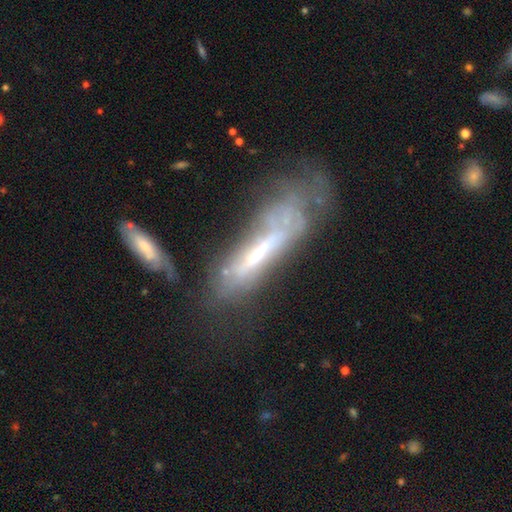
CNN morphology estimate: featured or disk 64%, smooth 28%, star or artifact 9%. Down the decision tree: edge-on disk — yes (53%); merging — none (35%).